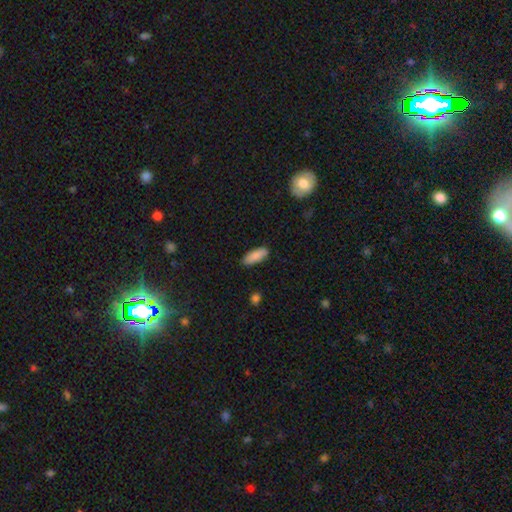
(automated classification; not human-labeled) Q: Smooth or featured?
A: smooth (88%); runner-up: star or artifact (6%)
Q: How rounded?
A: in between (69%); runner-up: cigar-shaped (29%)
Q: Merging?
A: none (86%); runner-up: minor disturbance (11%)